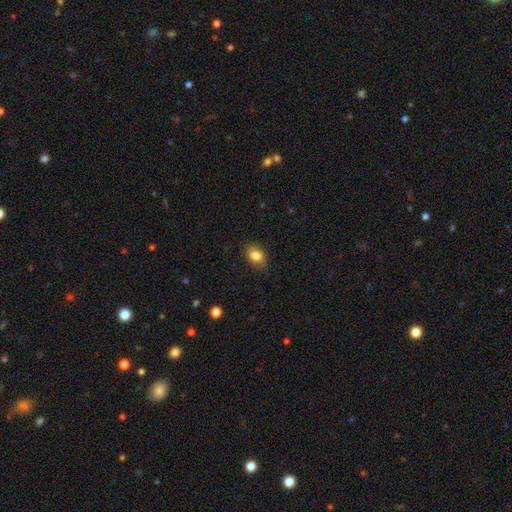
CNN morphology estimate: smooth-or-featured: smooth: 83% | star or artifact: 9% | featured or disk: 8%
  how-rounded: in between: 77% | round: 22% | cigar-shaped: 1%
  merging: none: 86% | minor disturbance: 11% | major disturbance: 2% | merger: 1%